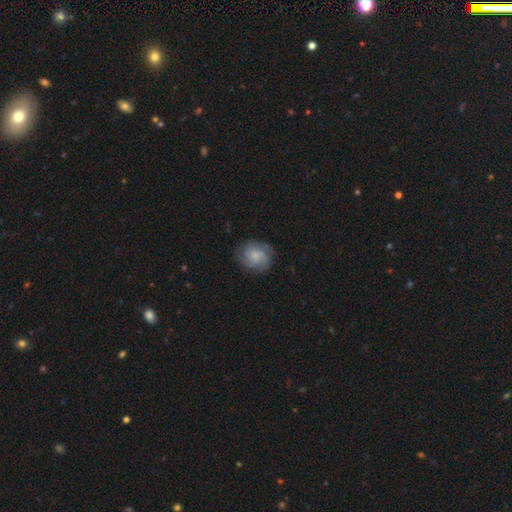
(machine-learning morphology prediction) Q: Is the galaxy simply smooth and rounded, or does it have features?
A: featured or disk — 49%.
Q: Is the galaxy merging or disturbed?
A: none — 74%.